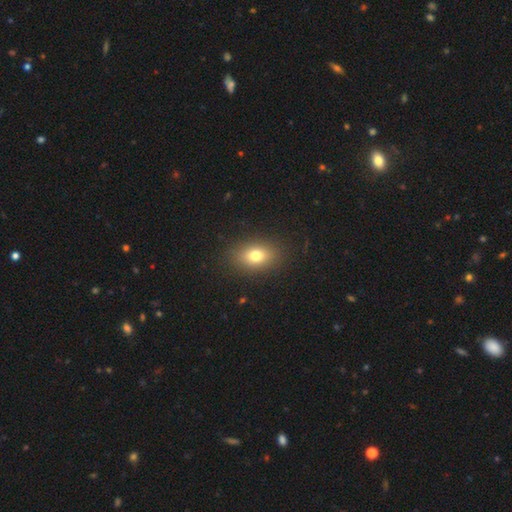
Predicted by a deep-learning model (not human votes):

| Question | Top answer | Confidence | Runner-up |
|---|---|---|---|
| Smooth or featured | smooth | 76% | featured or disk (12%) |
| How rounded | in between | 77% | round (21%) |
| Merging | none | 87% | minor disturbance (8%) |